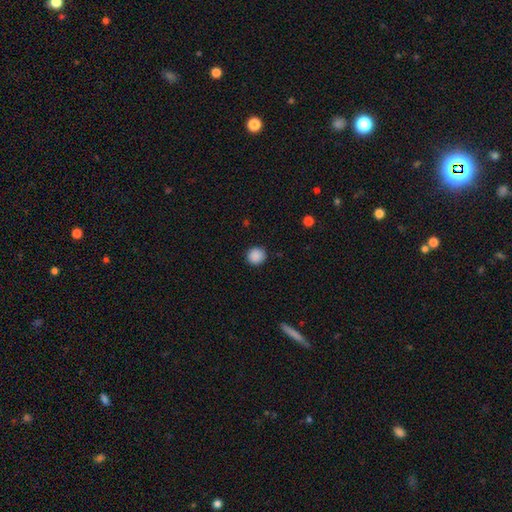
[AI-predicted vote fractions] Overall: smooth (88%). How rounded: round (92%). Merging: none (89%).